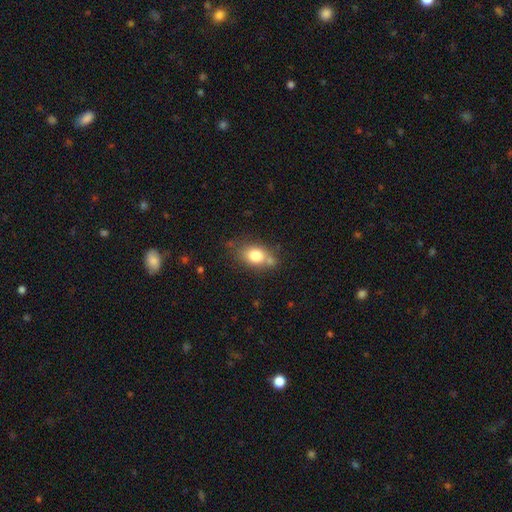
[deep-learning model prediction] Smooth or featured?
  - smooth: 78% *
  - featured or disk: 12%
  - star or artifact: 9%
How rounded?
  - in between: 71% *
  - round: 27%
  - cigar-shaped: 2%
Merging?
  - none: 59% *
  - minor disturbance: 20%
  - merger: 15%
  - major disturbance: 6%